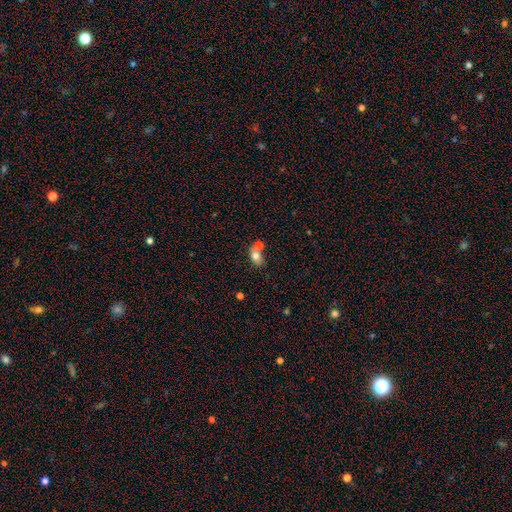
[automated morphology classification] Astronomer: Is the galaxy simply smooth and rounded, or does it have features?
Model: smooth — 75%.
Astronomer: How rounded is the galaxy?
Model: in between — 79%.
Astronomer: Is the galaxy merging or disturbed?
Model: merger — 44% (runner-up: none, 40%).